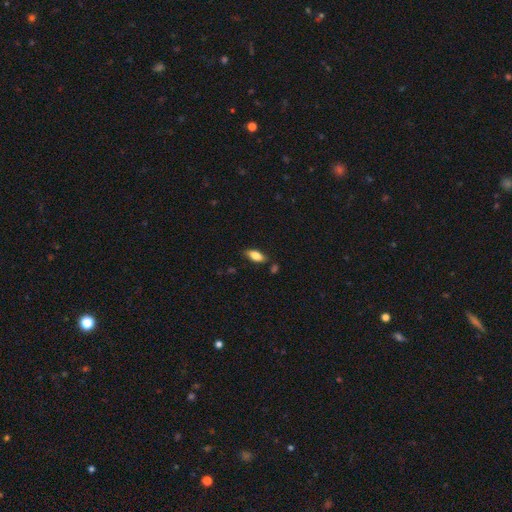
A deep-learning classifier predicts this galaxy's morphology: smooth 81%, featured or disk 13%, star or artifact 7%. Down the decision tree: how rounded — in between (85%); merging — none (80%).